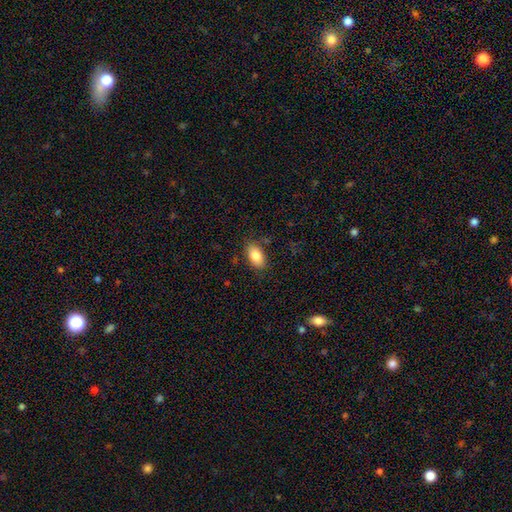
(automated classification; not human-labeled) A smooth galaxy with no disk features (84%) that is in between round and cigar-shaped (92%).

Vote fractions:
- Smooth or featured? smooth: 84% / featured or disk: 9% / star or artifact: 7%
- How rounded? in between: 92% / round: 5% / cigar-shaped: 3%
- Merging? none: 82% / minor disturbance: 13% / major disturbance: 3% / merger: 2%